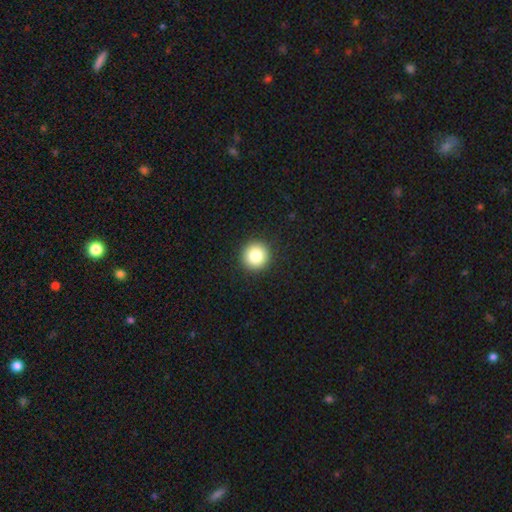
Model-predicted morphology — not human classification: Q: Smooth or featured?
A: smooth (83%); runner-up: star or artifact (10%)
Q: How rounded?
A: round (96%); runner-up: in between (3%)
Q: Merging?
A: none (93%); runner-up: minor disturbance (4%)